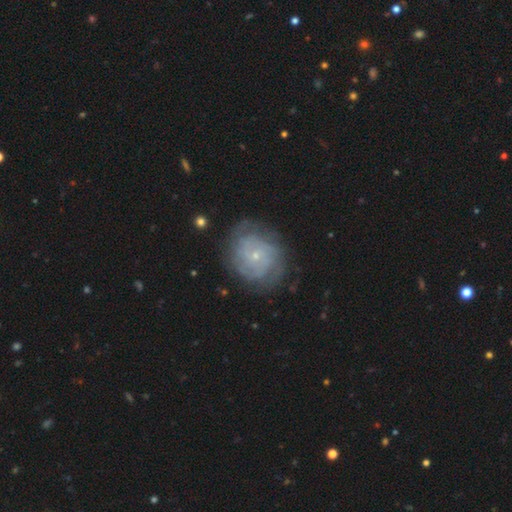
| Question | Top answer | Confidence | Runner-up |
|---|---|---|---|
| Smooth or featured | featured or disk | 82% | smooth (12%) |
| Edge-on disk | no | 94% | yes (6%) |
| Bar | no | 87% | weak (13%) |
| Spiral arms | yes | 81% | no (19%) |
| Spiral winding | tight | 64% | medium (24%) |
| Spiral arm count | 2 | 36% | tied: can't tell (36%) |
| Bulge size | small | 84% | moderate (16%) |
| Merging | none | 84% | minor disturbance (8%) |